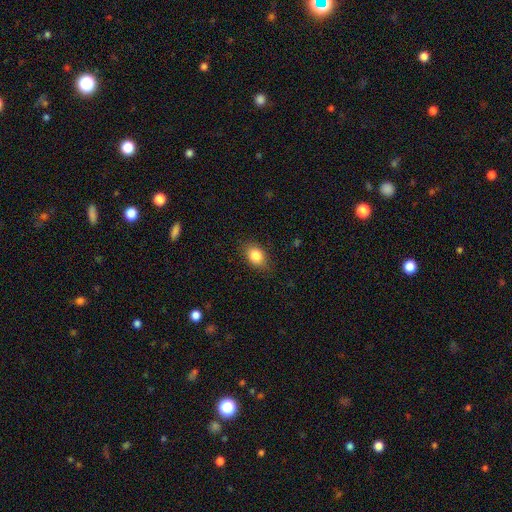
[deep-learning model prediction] A smooth galaxy with no disk features (84%) that is in between round and cigar-shaped (71%).

Vote fractions:
- Smooth or featured? smooth: 84% / star or artifact: 9% / featured or disk: 7%
- How rounded? in between: 71% / round: 27% / cigar-shaped: 2%
- Merging? none: 82% / minor disturbance: 14% / major disturbance: 3% / merger: 1%